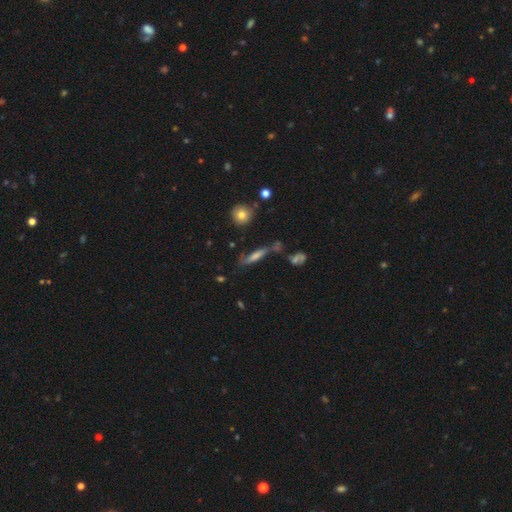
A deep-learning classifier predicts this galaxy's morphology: Overall: smooth (46%; featured or disk 42%). Merging: none (56%; minor disturbance 23%).